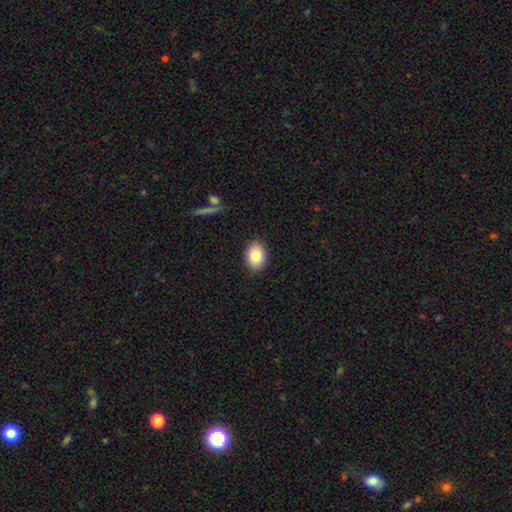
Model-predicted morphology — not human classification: Smooth or featured? smooth (82%)
How rounded? in between (76%)
Merging? none (88%)